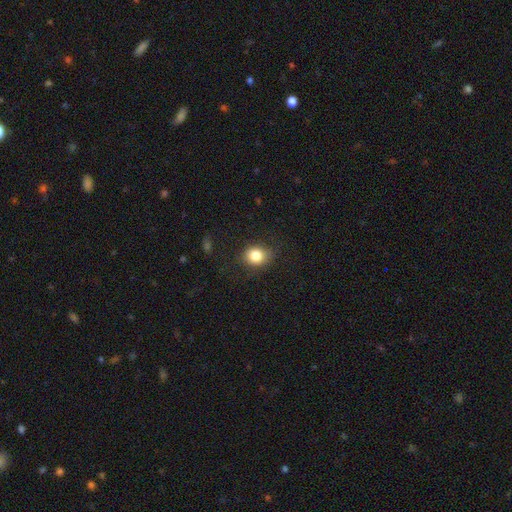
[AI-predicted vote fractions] A smooth galaxy with no disk features (83%) that is round (59%).

Vote fractions:
- Smooth or featured? smooth: 83% / star or artifact: 10% / featured or disk: 7%
- How rounded? round: 59% / in between: 40% / cigar-shaped: 1%
- Merging? none: 81% / minor disturbance: 14% / major disturbance: 5% / merger: 1%